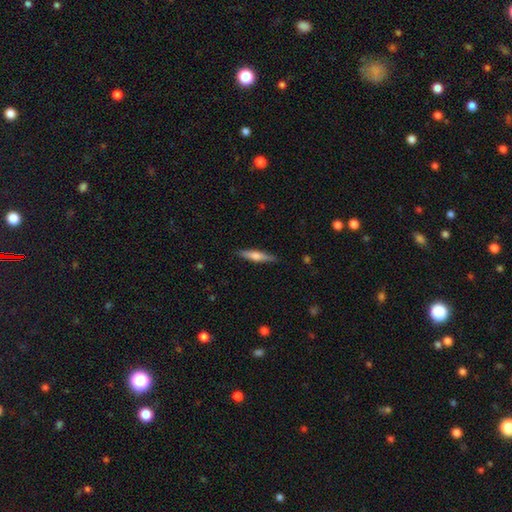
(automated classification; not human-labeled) smooth 48%, featured or disk 46%, star or artifact 6%. Down the decision tree: merging — none (88%).